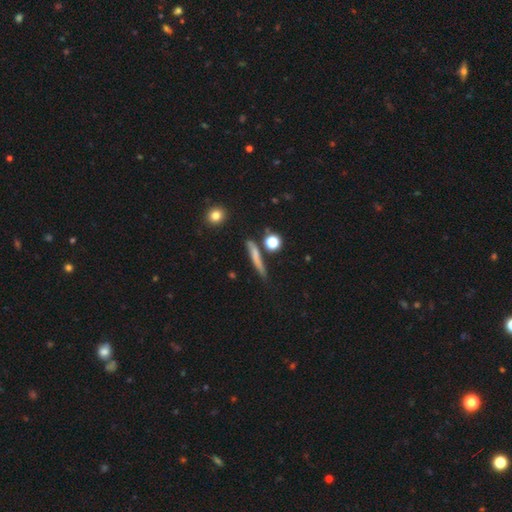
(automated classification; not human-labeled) This appears to be a smooth galaxy with no disk features (61%) that is cigar-shaped (85%). Merging: none (72%).